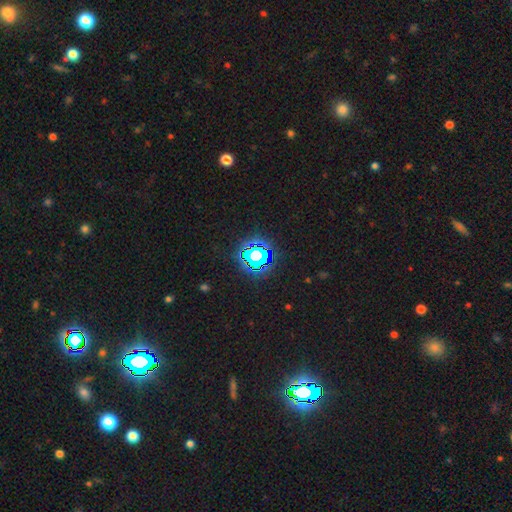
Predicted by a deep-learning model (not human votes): Q: Smooth or featured?
A: star or artifact (65%); runner-up: smooth (22%)